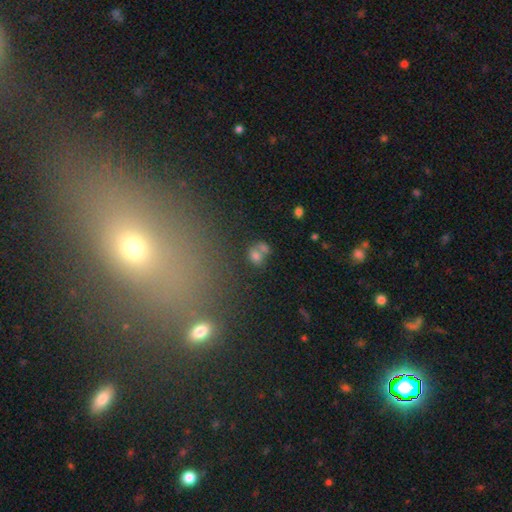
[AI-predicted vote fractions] smooth-or-featured: smooth: 66% | star or artifact: 20% | featured or disk: 13%
  how-rounded: round: 56% | in between: 43% | cigar-shaped: 2%
  merging: none: 48% | merger: 33% | minor disturbance: 11% | major disturbance: 7%